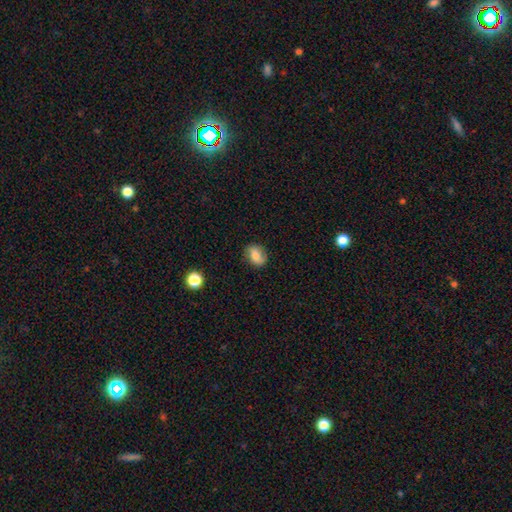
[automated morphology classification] A smooth galaxy with no disk features (73%) that is in between round and cigar-shaped (68%). Merging: none (80%).